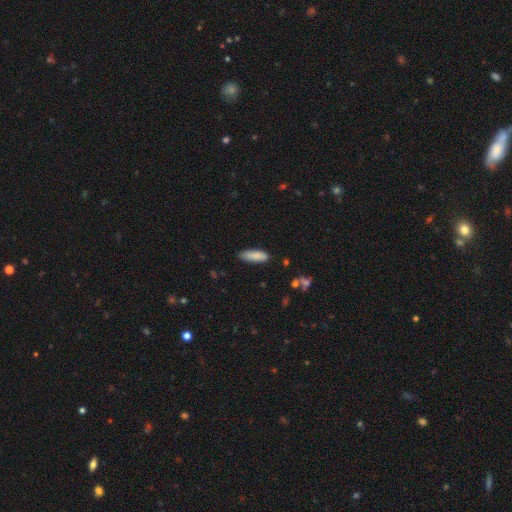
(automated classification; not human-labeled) Q: Smooth or featured?
A: smooth (85%); runner-up: featured or disk (8%)
Q: How rounded?
A: in between (54%); runner-up: cigar-shaped (45%)
Q: Merging?
A: none (81%); runner-up: minor disturbance (15%)